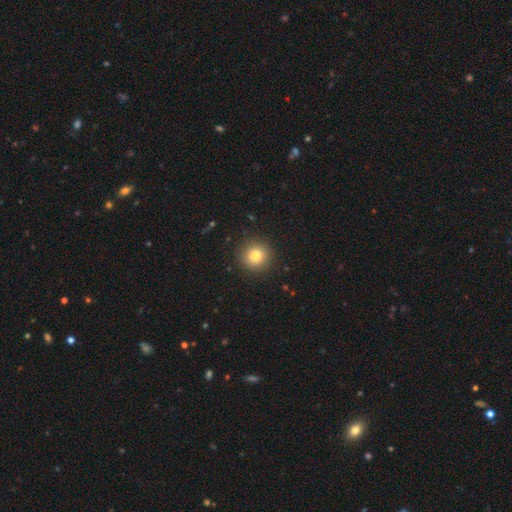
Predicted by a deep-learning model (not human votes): Smooth or featured? smooth (81%)
How rounded? round (94%)
Merging? none (91%)